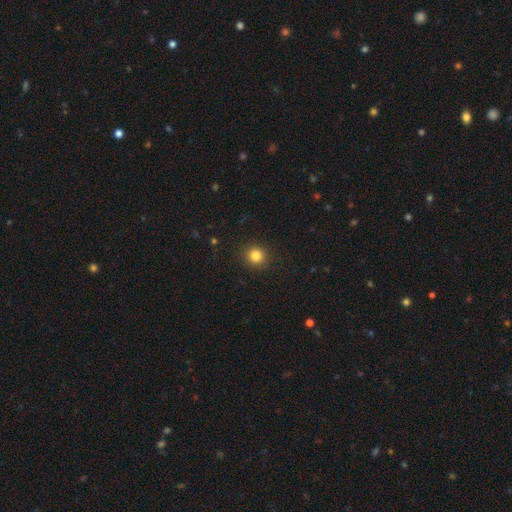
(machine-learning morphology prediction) A smooth galaxy with no disk features (83%) that is round (90%). Merging: none (90%).